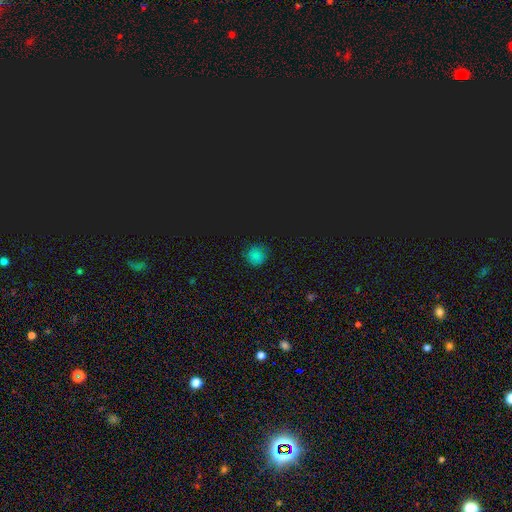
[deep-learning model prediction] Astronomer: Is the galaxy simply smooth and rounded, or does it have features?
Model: smooth — 69%.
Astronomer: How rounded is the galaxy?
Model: round — 91%.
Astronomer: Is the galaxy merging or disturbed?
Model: none — 83%.